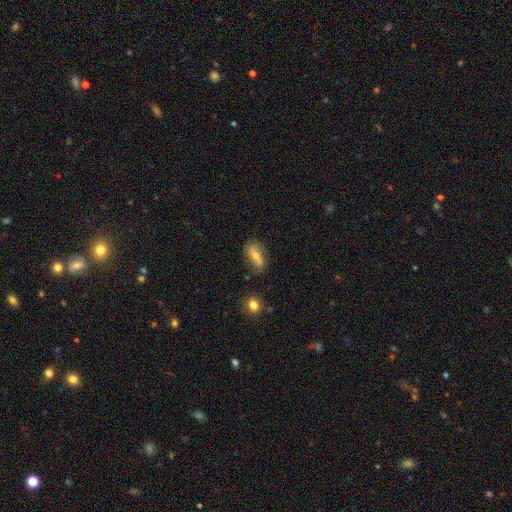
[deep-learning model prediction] Overall: smooth (56%; featured or disk 35%). How rounded: in between (76%). Merging: none (73%).